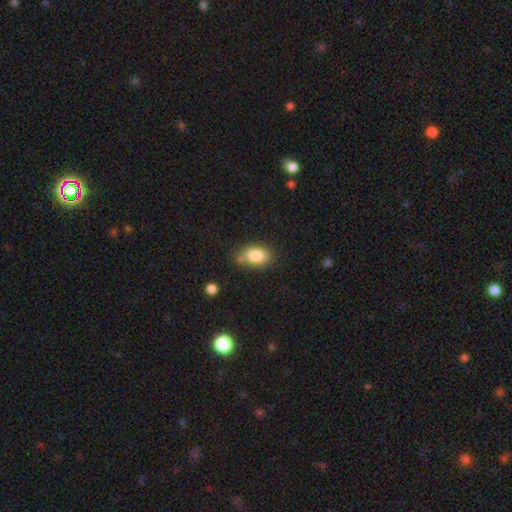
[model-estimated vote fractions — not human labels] A smooth galaxy with no disk features (84%) that is in between round and cigar-shaped (86%). Merging: none (70%).